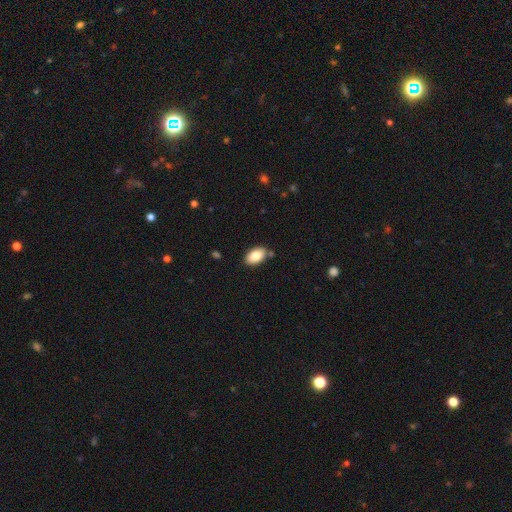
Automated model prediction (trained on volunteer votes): Smooth or featured: smooth — 83% (featured or disk — 10%)
How rounded: in between — 93% (round — 6%)
Merging: none — 82% (minor disturbance — 12%)